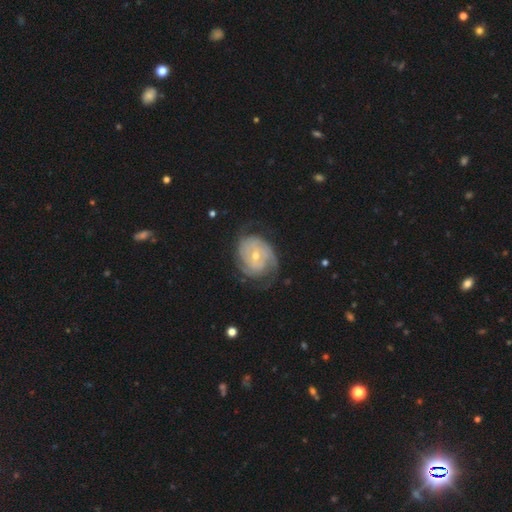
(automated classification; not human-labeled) Smooth or featured: featured or disk — 82% (smooth — 12%)
Edge-on disk: no — 97% (yes — 3%)
Bar: no — 63% (weak — 31%)
Spiral arms: yes — 93% (no — 7%)
Spiral winding: tight — 65% (medium — 27%)
Spiral arm count: 2 — 34% (can't tell — 32%)
Bulge size: small — 55% (moderate — 41%)
Merging: none — 66% (minor disturbance — 20%)